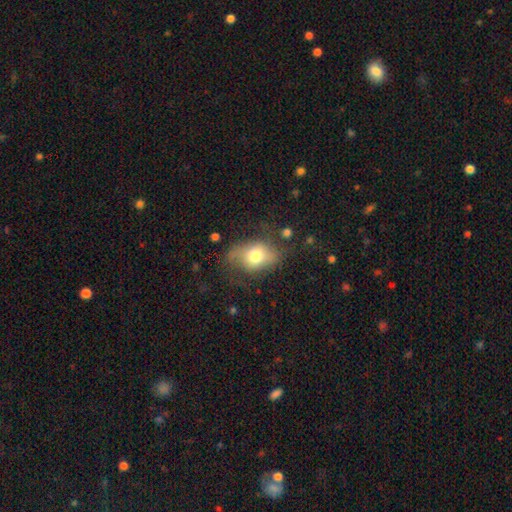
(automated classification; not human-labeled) This is possibly a smooth galaxy (58%). How rounded: likely in between (71%). Merging: possibly none (48%).